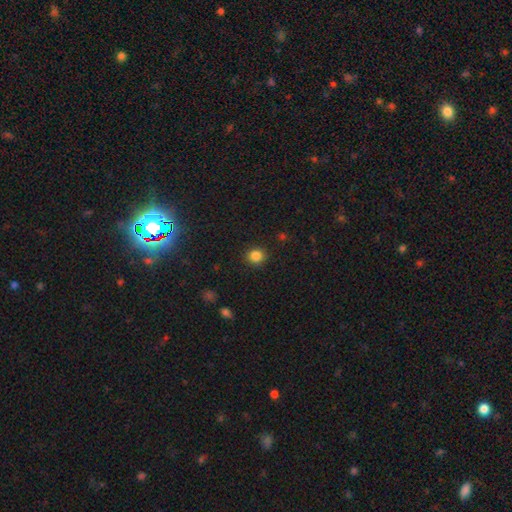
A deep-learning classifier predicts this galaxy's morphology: Smooth or featured: smooth — 84% (star or artifact — 12%)
How rounded: round — 88% (in between — 11%)
Merging: none — 90% (minor disturbance — 6%)